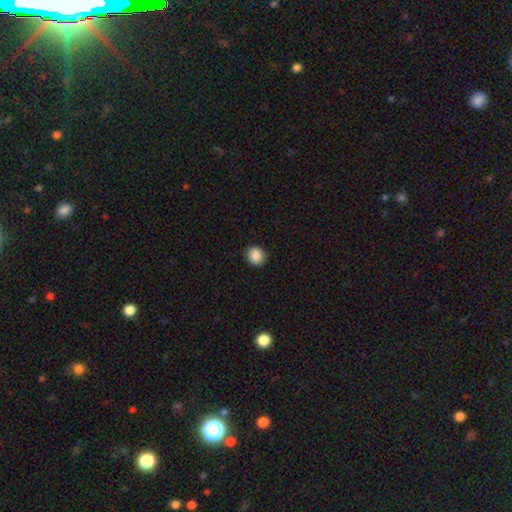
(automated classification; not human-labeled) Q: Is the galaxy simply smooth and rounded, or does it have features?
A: smooth — 88%.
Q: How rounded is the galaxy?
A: round — 84%.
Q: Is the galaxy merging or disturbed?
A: none — 90%.